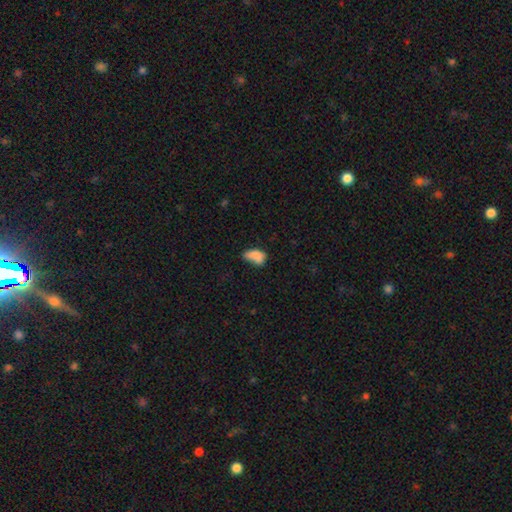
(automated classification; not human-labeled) Smooth or featured? Predicted: smooth (p=0.78). How rounded? Predicted: in between (p=0.89). Merging? Predicted: minor disturbance (p=0.36).